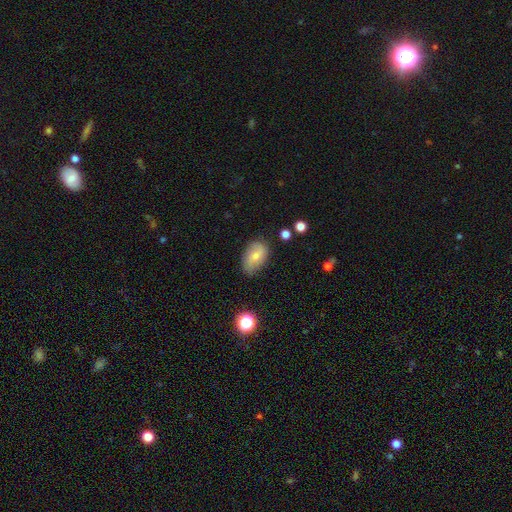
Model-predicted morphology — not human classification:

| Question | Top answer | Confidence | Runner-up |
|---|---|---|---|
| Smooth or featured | smooth | 60% | featured or disk (31%) |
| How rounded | in between | 87% | round (12%) |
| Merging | none | 67% | minor disturbance (25%) |